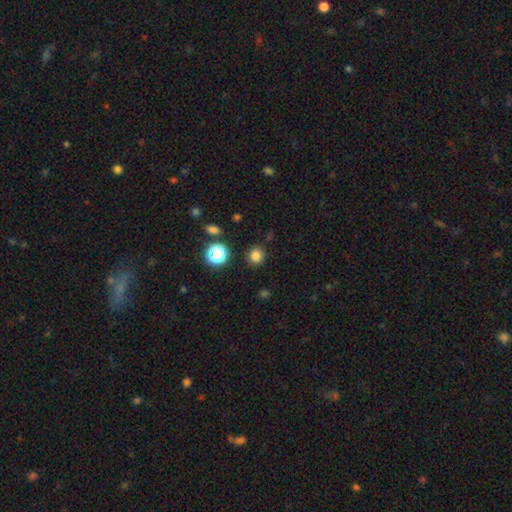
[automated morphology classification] Q: Smooth or featured?
A: smooth (79%); runner-up: star or artifact (16%)
Q: How rounded?
A: round (91%); runner-up: in between (8%)
Q: Merging?
A: none (88%); runner-up: minor disturbance (7%)